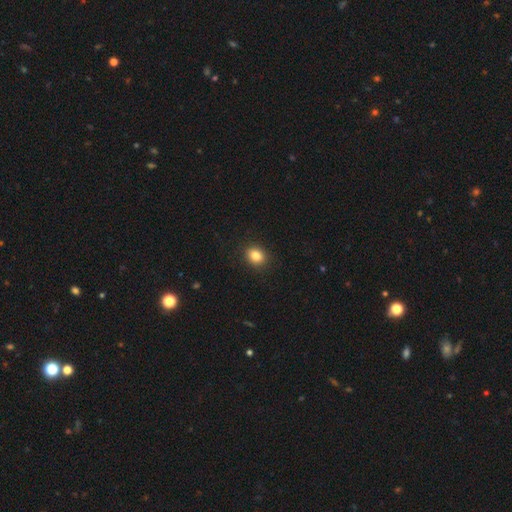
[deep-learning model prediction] Smooth or featured?
  - smooth: 85% *
  - star or artifact: 10%
  - featured or disk: 5%
How rounded?
  - round: 57% *
  - in between: 42%
  - cigar-shaped: 1%
Merging?
  - none: 91% *
  - minor disturbance: 7%
  - major disturbance: 2%
  - merger: 1%